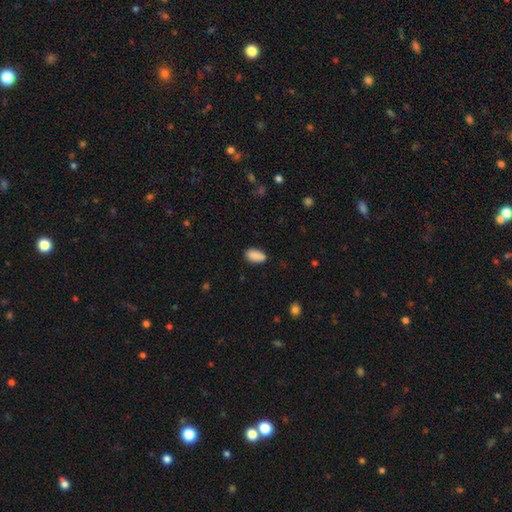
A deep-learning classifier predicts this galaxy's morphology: smooth-or-featured: smooth: 89% | star or artifact: 7% | featured or disk: 4%
  how-rounded: in between: 93% | round: 4% | cigar-shaped: 3%
  merging: none: 82% | minor disturbance: 14% | major disturbance: 3% | merger: 2%